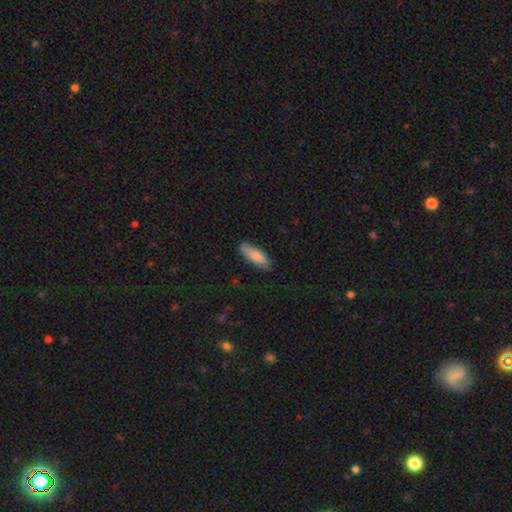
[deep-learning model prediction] Smooth or featured? Predicted: smooth (p=0.84). How rounded? Predicted: in between (p=0.54). Merging? Predicted: none (p=0.83).